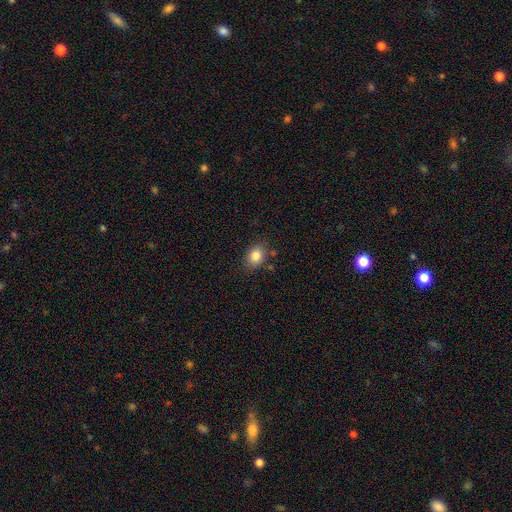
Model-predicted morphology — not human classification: Overall: smooth (84%). How rounded: in between (61%; round 38%). Merging: none (79%).